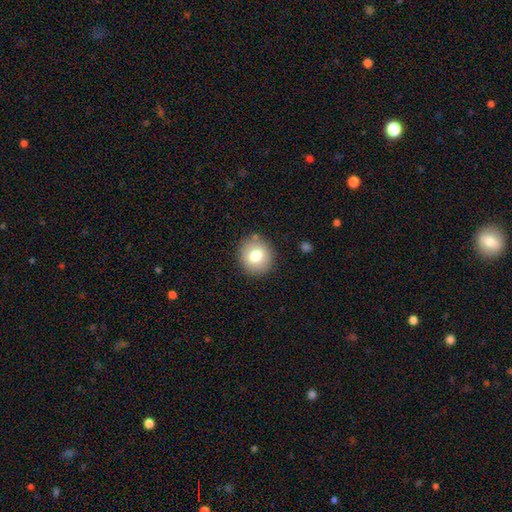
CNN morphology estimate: smooth 76%, featured or disk 14%, star or artifact 10%. Down the decision tree: how rounded — round (86%); merging — none (87%).